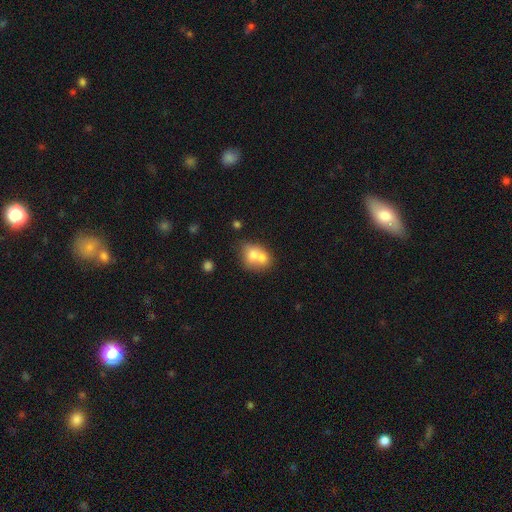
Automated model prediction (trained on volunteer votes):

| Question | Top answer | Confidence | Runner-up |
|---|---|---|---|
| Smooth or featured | smooth | 67% | featured or disk (24%) |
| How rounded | round | 55% | in between (44%) |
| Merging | merger | 65% | none (24%) |